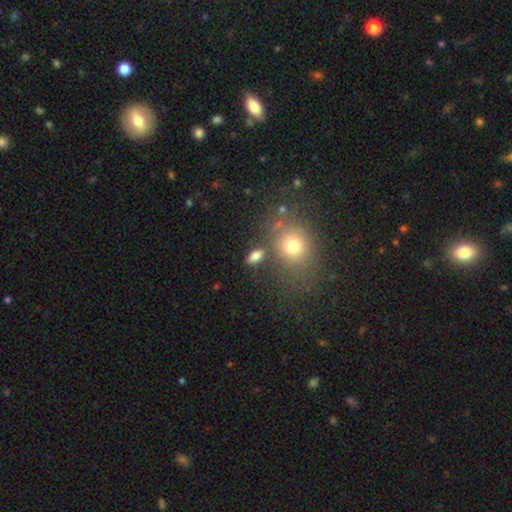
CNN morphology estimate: A smooth galaxy with no disk features (80%) that is in between round and cigar-shaped (82%).

Vote fractions:
- Smooth or featured? smooth: 80% / star or artifact: 11% / featured or disk: 9%
- How rounded? in between: 82% / round: 11% / cigar-shaped: 6%
- Merging? none: 79% / minor disturbance: 10% / merger: 7% / major disturbance: 4%